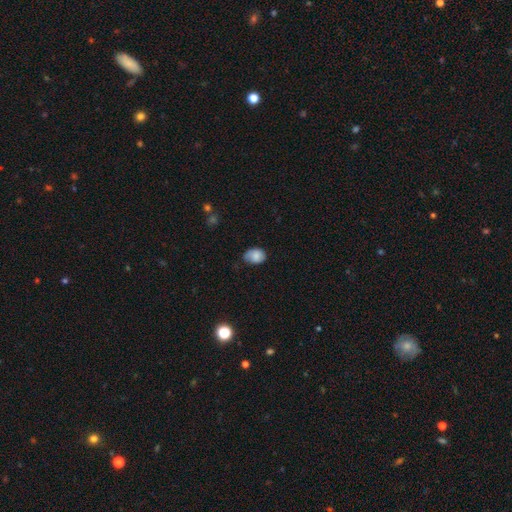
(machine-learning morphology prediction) Q: Smooth or featured?
A: smooth (80%); runner-up: featured or disk (12%)
Q: How rounded?
A: in between (72%); runner-up: round (27%)
Q: Merging?
A: none (56%); runner-up: minor disturbance (35%)